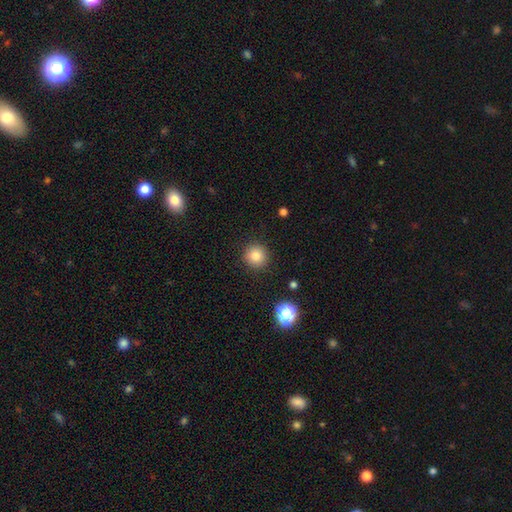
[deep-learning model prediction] The model was most divided on "smooth or featured": smooth: 83%, star or artifact: 11%, featured or disk: 5%. More confident: how rounded — round (93%); merging — none (90%).